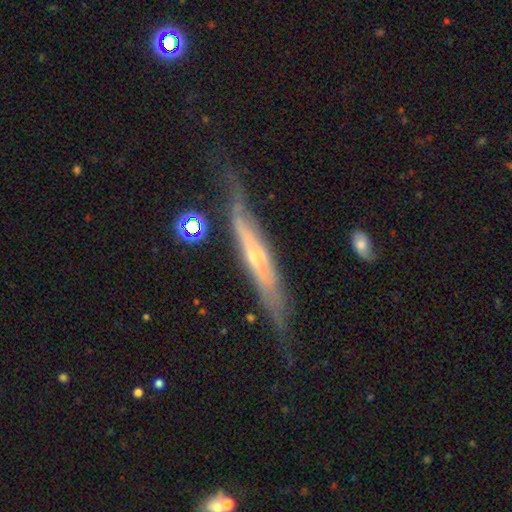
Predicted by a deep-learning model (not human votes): A featured or disk galaxy (75%) viewed edge-on (84%) with a rounded central bulge (55%). Merging: none (62%).